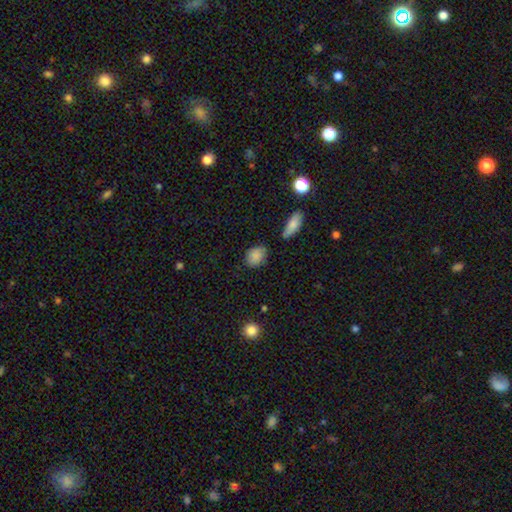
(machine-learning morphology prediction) smooth_or_featured: smooth (p=0.86) [alt: star or artifact p=0.09]
how_rounded: in between (p=0.61) [alt: round p=0.38]
merging: none (p=0.73) [alt: minor disturbance p=0.18]